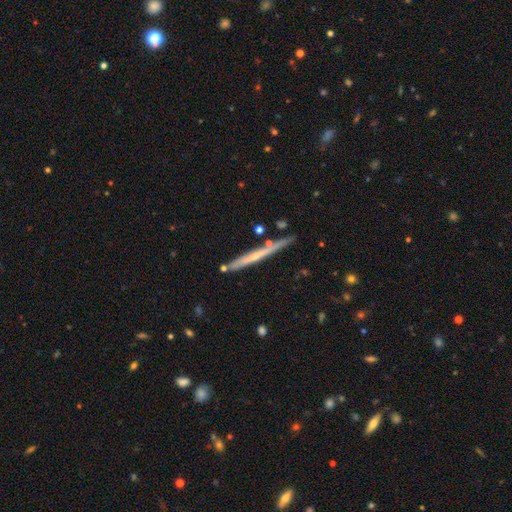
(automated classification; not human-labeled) Smooth or featured? Predicted: featured or disk (p=0.56). Edge-on disk? Predicted: yes (p=0.95). Edge-on bulge? Predicted: none (p=0.65). Merging? Predicted: none (p=0.78).